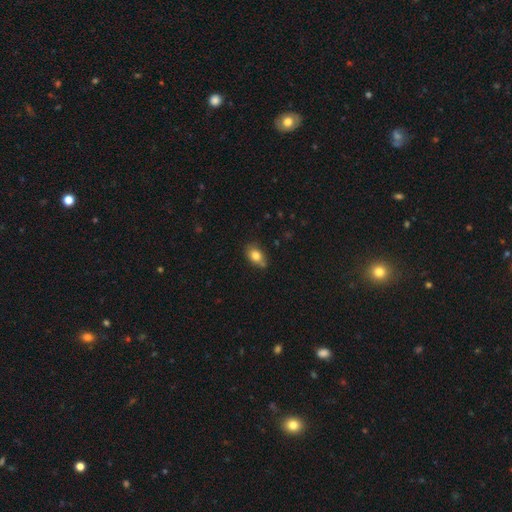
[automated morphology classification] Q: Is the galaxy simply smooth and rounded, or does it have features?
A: smooth — 81%.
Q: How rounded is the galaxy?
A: in between — 74%.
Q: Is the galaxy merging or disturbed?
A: none — 64%.